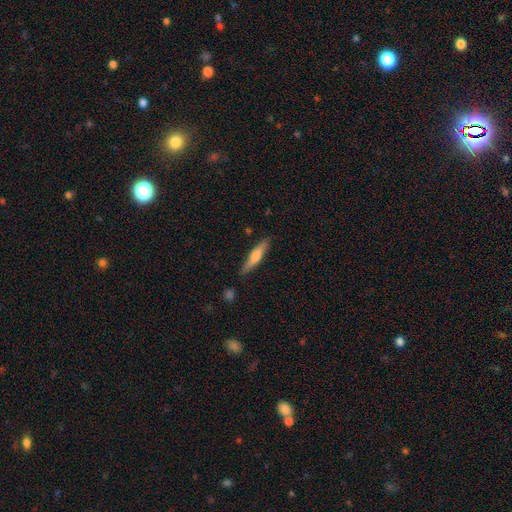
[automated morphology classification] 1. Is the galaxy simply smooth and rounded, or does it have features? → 54% smooth, 40% featured or disk, 6% star or artifact.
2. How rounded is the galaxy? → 85% cigar-shaped, 13% in between, 2% round.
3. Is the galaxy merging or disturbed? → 85% none, 11% minor disturbance, 2% major disturbance, 2% merger.